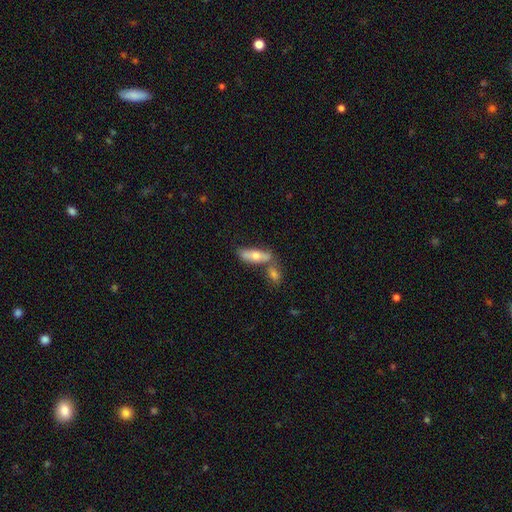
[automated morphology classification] smooth 60%, featured or disk 34%, star or artifact 7%. Down the decision tree: how rounded — in between (57%); merging — none (47%).